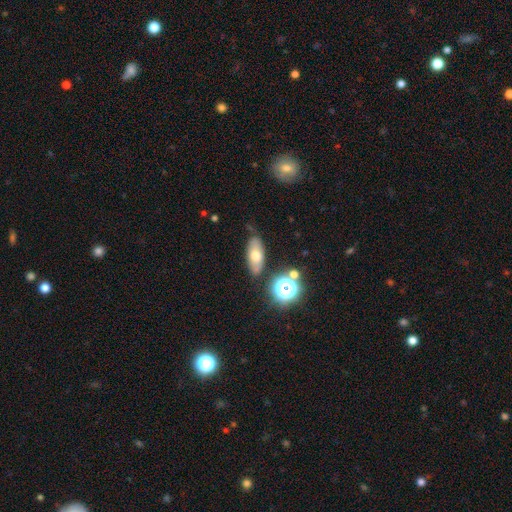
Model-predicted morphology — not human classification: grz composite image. It shows a smooth galaxy with no disk features (60%) that is in between round and cigar-shaped (78%). Merging: none (75%).